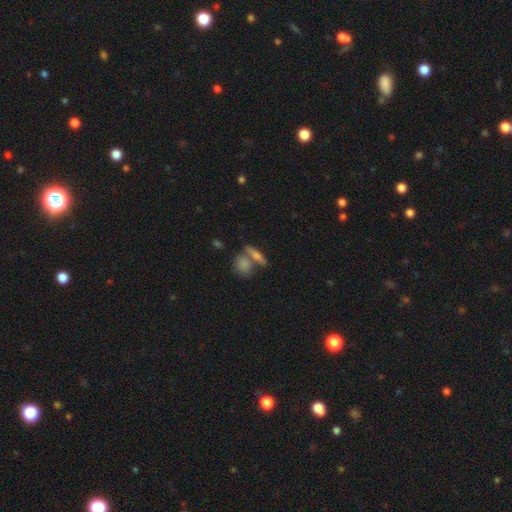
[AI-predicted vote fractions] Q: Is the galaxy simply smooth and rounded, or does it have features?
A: smooth — 54%.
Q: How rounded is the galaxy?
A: cigar-shaped — 42%.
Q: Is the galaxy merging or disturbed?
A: none — 60%.